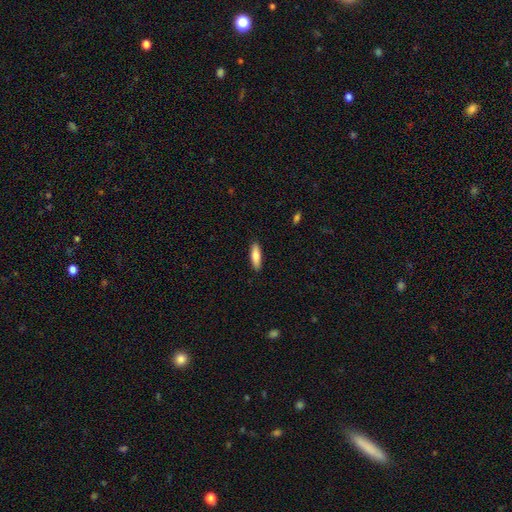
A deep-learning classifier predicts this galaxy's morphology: The model was most divided on "how rounded": cigar-shaped: 56%, in between: 43%, round: 2%. More confident: merging — none (89%); smooth or featured — smooth (82%).